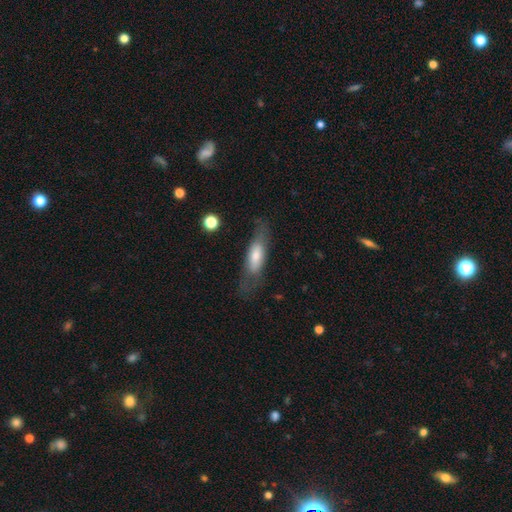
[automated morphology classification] Smooth or featured?
  - smooth: 58% *
  - featured or disk: 35%
  - star or artifact: 7%
How rounded?
  - cigar-shaped: 51% *
  - in between: 47%
  - round: 2%
Merging?
  - none: 69% *
  - minor disturbance: 19%
  - major disturbance: 10%
  - merger: 2%